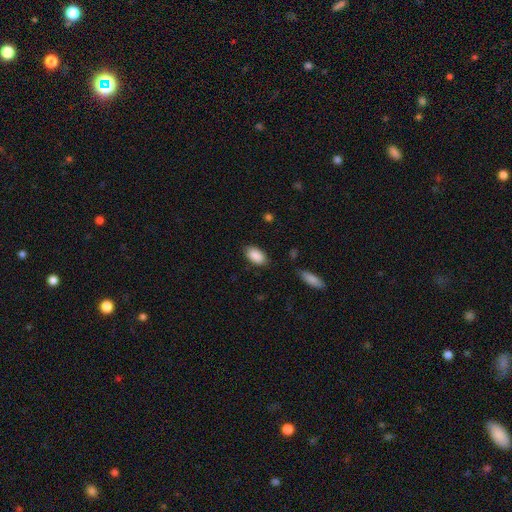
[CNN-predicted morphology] Smooth or featured? Predicted: smooth (p=0.90). How rounded? Predicted: in between (p=0.94). Merging? Predicted: none (p=0.84).